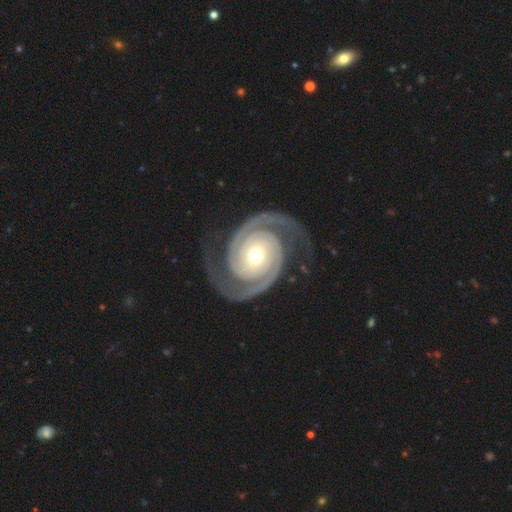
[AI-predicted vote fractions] This appears to be a featured or disk galaxy (95%) with no bar (70%), 2 (94%) tight (70%) spiral arms (99%) and a moderate central bulge (59%). Merging: none (83%).